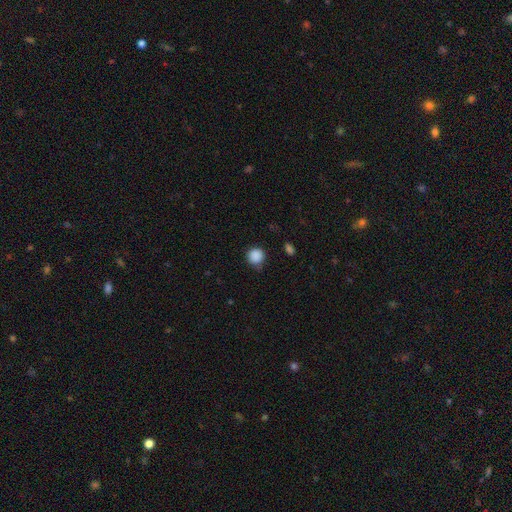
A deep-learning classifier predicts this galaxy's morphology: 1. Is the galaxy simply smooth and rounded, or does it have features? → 88% smooth, 9% star or artifact, 3% featured or disk.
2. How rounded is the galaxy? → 93% round, 6% in between, 1% cigar-shaped.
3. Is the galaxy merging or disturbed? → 79% none, 15% minor disturbance, 4% major disturbance, 2% merger.